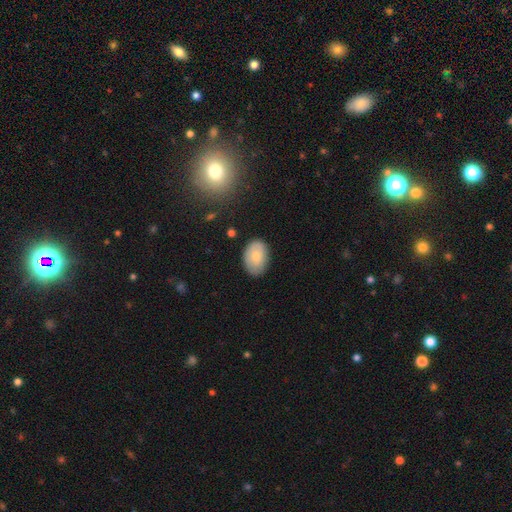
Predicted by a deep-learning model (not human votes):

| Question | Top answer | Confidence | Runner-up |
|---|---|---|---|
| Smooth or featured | smooth | 74% | featured or disk (19%) |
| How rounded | in between | 85% | round (14%) |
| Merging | none | 79% | minor disturbance (17%) |